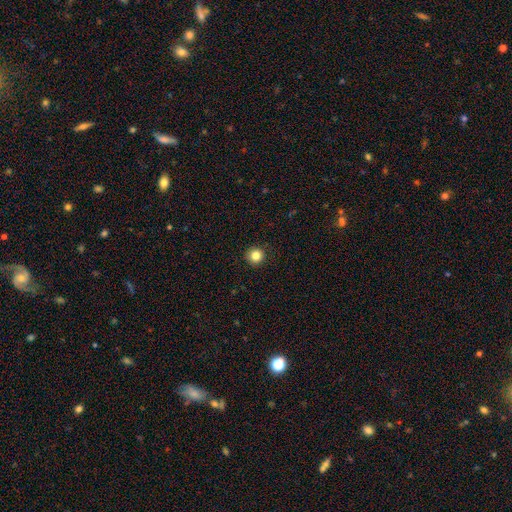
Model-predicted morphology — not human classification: A smooth galaxy with no disk features (84%) that is round (96%). Merging: none (93%).